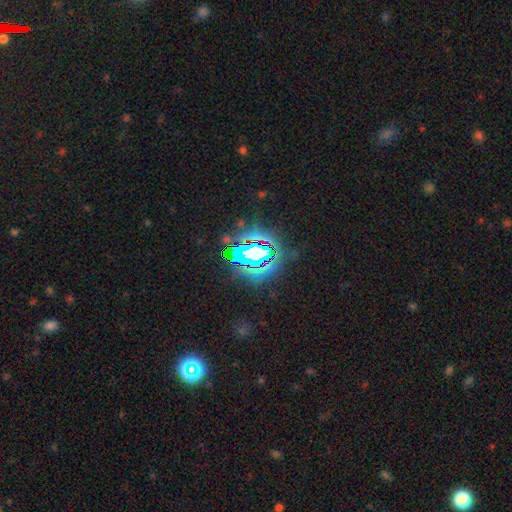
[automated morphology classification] A star or artifact, not a galaxy (73%).